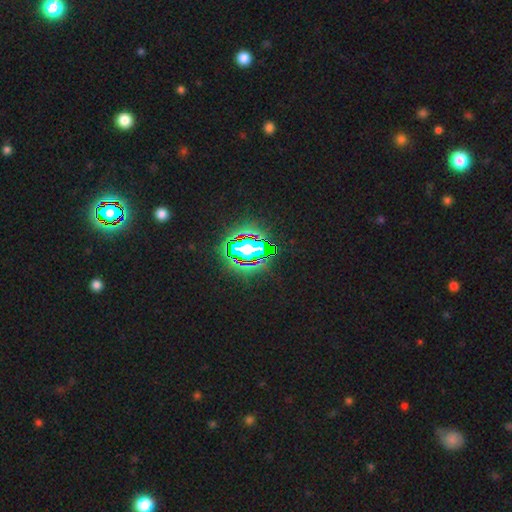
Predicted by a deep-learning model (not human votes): A star or artifact, not a galaxy (81%).

Vote fractions:
- Smooth or featured? star or artifact: 81% / smooth: 11% / featured or disk: 7%